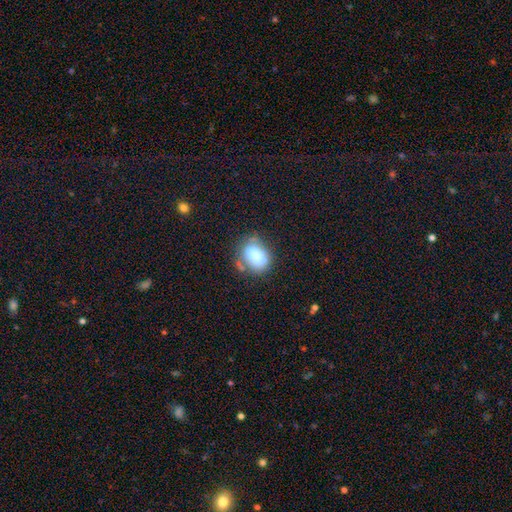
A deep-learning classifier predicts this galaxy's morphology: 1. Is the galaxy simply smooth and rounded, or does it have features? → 64% smooth, 25% featured or disk, 10% star or artifact.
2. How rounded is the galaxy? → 72% in between, 25% round, 3% cigar-shaped.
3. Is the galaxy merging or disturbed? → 46% none, 26% minor disturbance, 16% merger, 13% major disturbance.